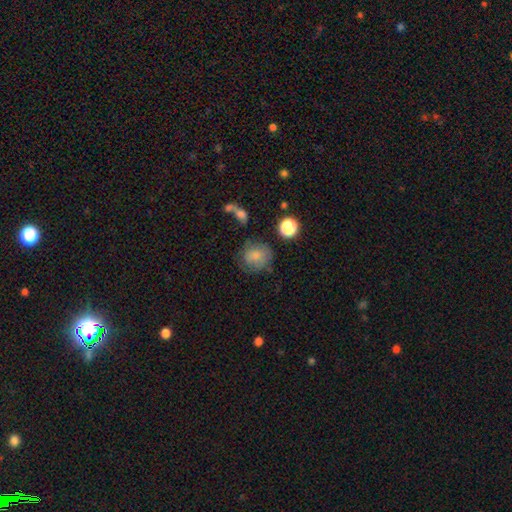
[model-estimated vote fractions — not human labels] This is likely a smooth galaxy (71%). How rounded: likely round (79%). Merging: possibly none (58%).